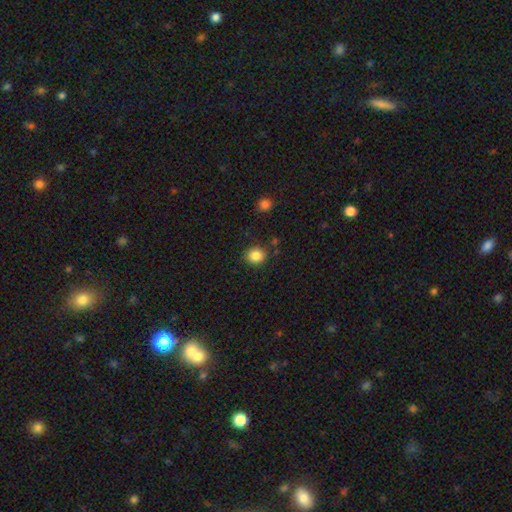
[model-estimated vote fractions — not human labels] Q: Smooth or featured?
A: smooth (86%); runner-up: star or artifact (10%)
Q: How rounded?
A: round (77%); runner-up: in between (22%)
Q: Merging?
A: none (86%); runner-up: minor disturbance (8%)